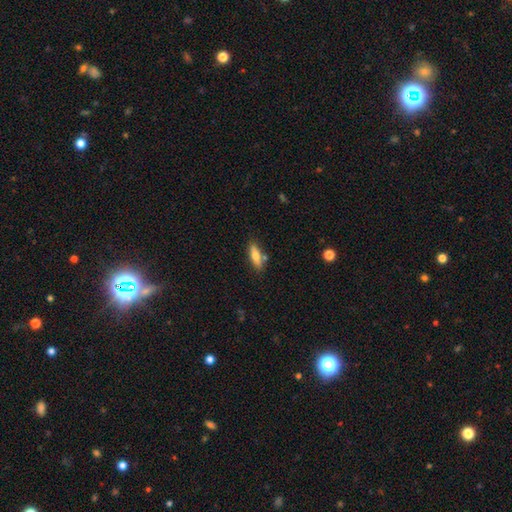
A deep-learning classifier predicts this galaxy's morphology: Smooth or featured? smooth (69%)
How rounded? in between (59%)
Merging? none (74%)